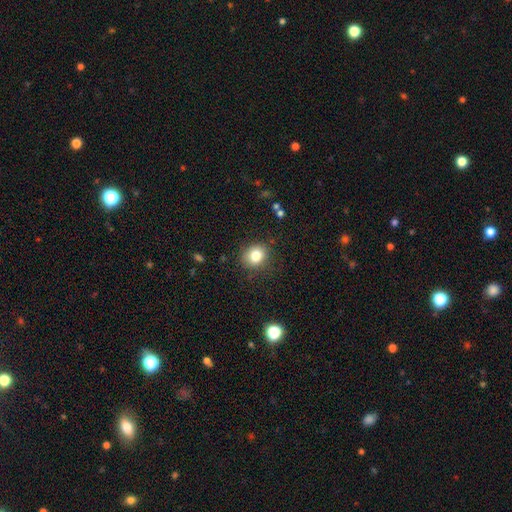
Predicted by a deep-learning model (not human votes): smooth-or-featured: smooth: 82% | star or artifact: 11% | featured or disk: 7%
  how-rounded: round: 69% | in between: 30% | cigar-shaped: 1%
  merging: none: 82% | minor disturbance: 13% | major disturbance: 4% | merger: 2%